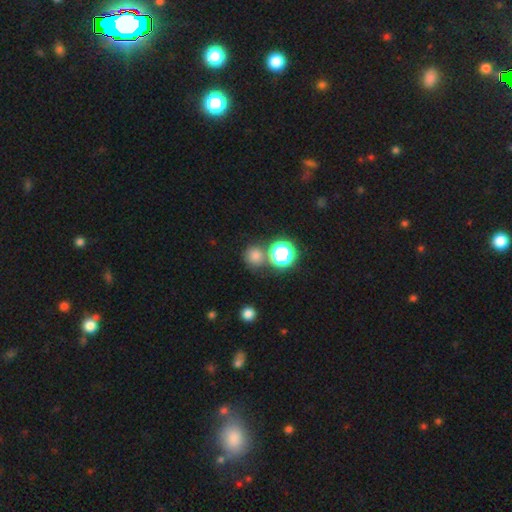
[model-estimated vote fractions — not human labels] Q: Smooth or featured?
A: smooth (73%); runner-up: star or artifact (21%)
Q: How rounded?
A: round (89%); runner-up: in between (10%)
Q: Merging?
A: none (69%); runner-up: merger (18%)